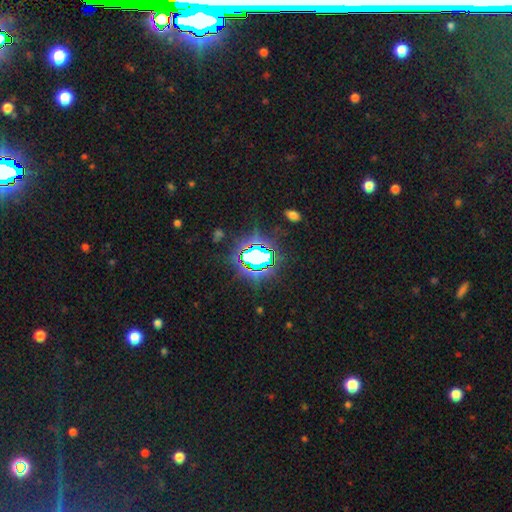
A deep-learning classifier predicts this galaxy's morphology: Smooth or featured: star or artifact — 78% (smooth — 13%)